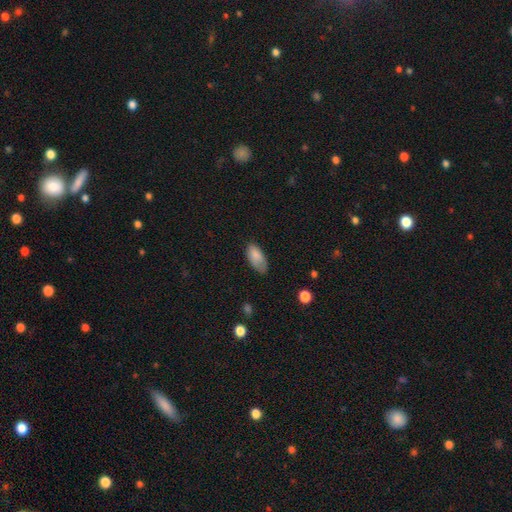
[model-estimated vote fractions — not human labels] smooth_or_featured: smooth (p=0.84) [alt: featured or disk p=0.08]
how_rounded: in between (p=0.91) [alt: cigar-shaped p=0.07]
merging: none (p=0.59) [alt: minor disturbance p=0.32]